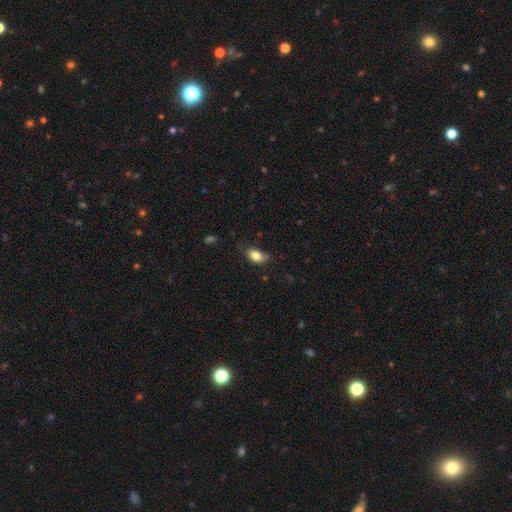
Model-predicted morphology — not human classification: type=smooth (82%); roundness=in between (86%); merging=none (65%).